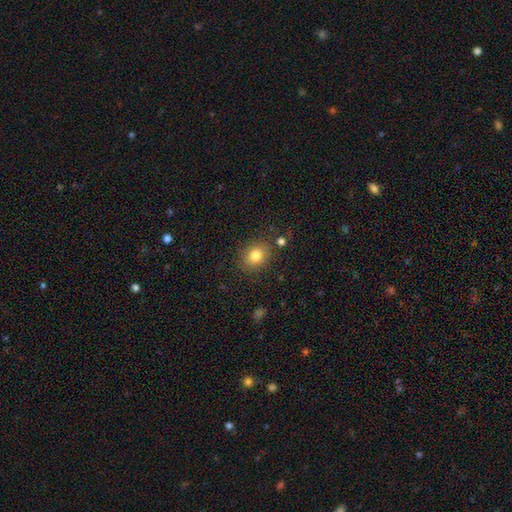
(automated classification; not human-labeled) Q: Smooth or featured?
A: smooth (81%); runner-up: star or artifact (11%)
Q: How rounded?
A: round (55%); runner-up: in between (44%)
Q: Merging?
A: none (83%); runner-up: minor disturbance (10%)